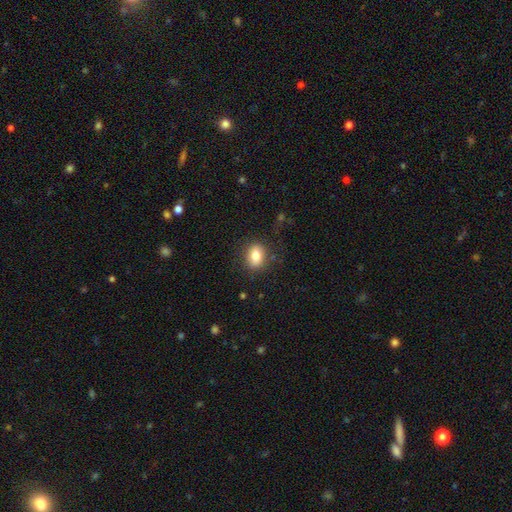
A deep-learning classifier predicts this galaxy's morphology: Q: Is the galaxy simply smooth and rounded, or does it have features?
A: smooth — 81%.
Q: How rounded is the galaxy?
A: in between — 64%.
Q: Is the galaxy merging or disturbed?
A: none — 83%.